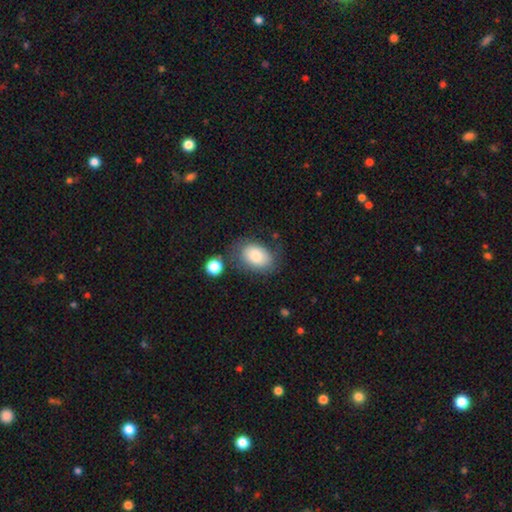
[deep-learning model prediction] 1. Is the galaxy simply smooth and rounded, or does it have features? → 82% smooth, 11% featured or disk, 7% star or artifact.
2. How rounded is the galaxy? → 84% in between, 15% round, 1% cigar-shaped.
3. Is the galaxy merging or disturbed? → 65% none, 21% minor disturbance, 8% major disturbance, 6% merger.